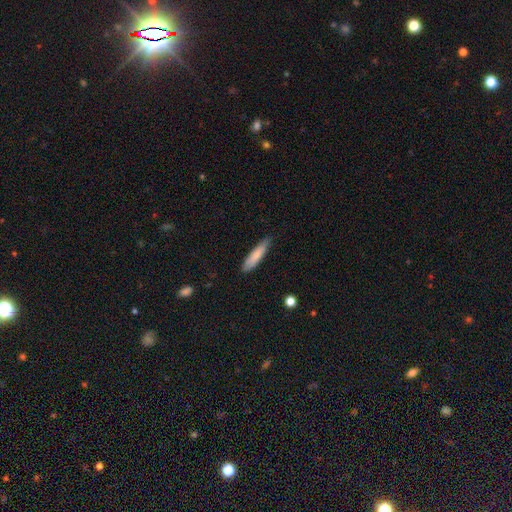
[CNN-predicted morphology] type=smooth (79%); roundness=cigar-shaped (81%); merging=none (81%).